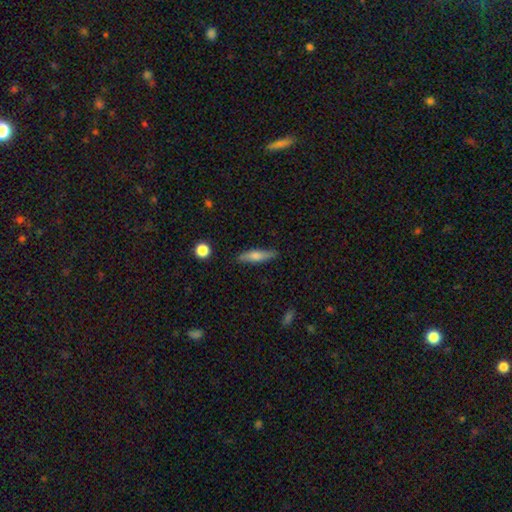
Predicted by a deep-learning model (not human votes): Smooth or featured?
  - smooth: 62% *
  - featured or disk: 32%
  - star or artifact: 7%
How rounded?
  - cigar-shaped: 75% *
  - in between: 23%
  - round: 3%
Merging?
  - none: 84% *
  - minor disturbance: 12%
  - major disturbance: 2%
  - merger: 2%